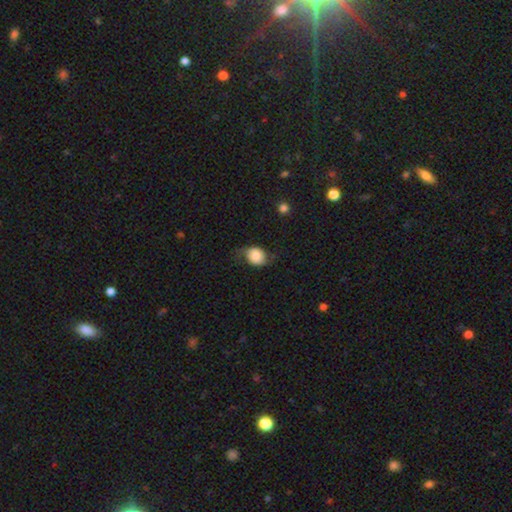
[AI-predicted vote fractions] A smooth galaxy with no disk features (63%) that is round (61%).

Vote fractions:
- Smooth or featured? smooth: 63% / featured or disk: 29% / star or artifact: 8%
- How rounded? round: 61% / in between: 38% / cigar-shaped: 1%
- Merging? none: 55% / minor disturbance: 28% / major disturbance: 16% / merger: 2%